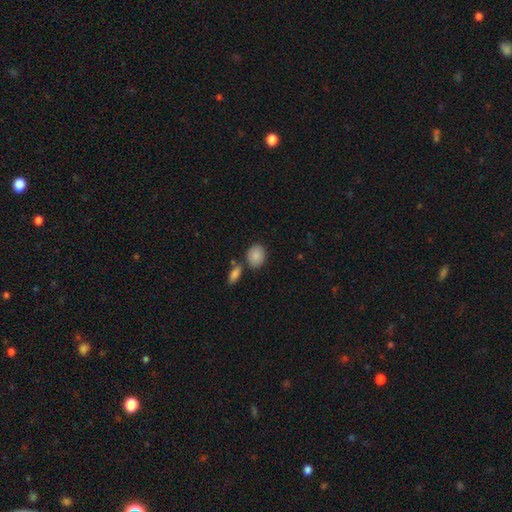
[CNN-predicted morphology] smooth-or-featured: smooth: 88% | star or artifact: 7% | featured or disk: 5%
  how-rounded: round: 56% | in between: 43% | cigar-shaped: 2%
  merging: none: 73% | merger: 13% | minor disturbance: 11% | major disturbance: 3%